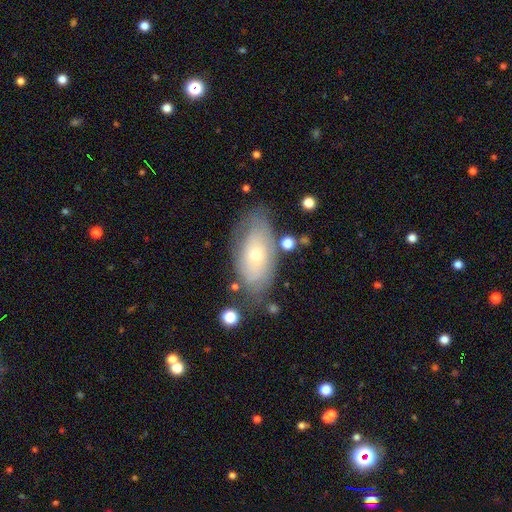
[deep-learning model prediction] A featured or disk galaxy (48%). Merging: none (67%).